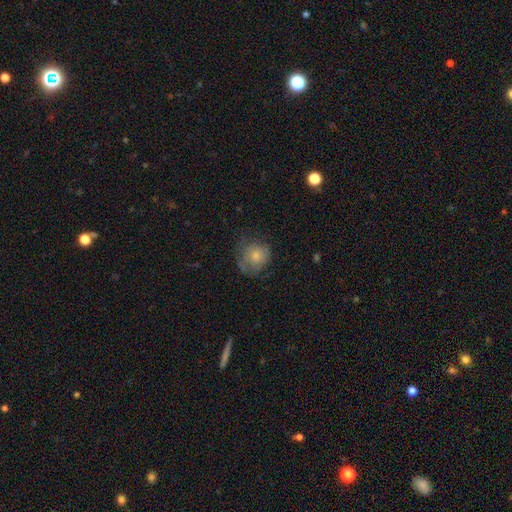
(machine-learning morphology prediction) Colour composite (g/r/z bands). It shows a smooth galaxy with no disk features (72%) that is round (82%). Merging: none (57%).